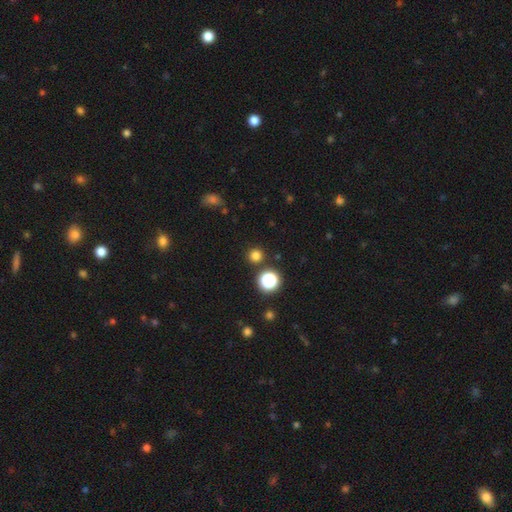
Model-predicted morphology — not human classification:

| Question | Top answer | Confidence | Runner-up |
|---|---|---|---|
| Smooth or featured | smooth | 77% | star or artifact (18%) |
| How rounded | round | 95% | in between (4%) |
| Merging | none | 89% | minor disturbance (5%) |